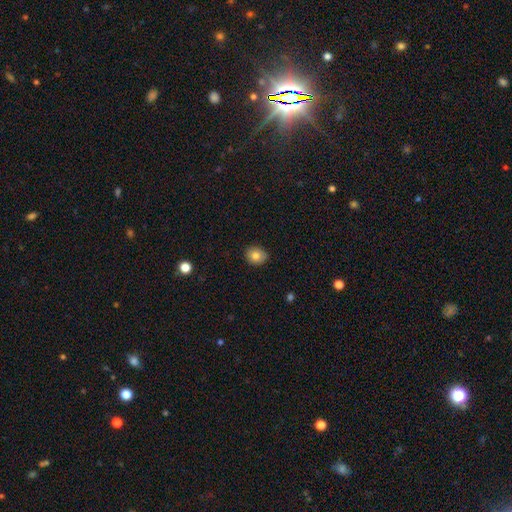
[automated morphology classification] A smooth galaxy with no disk features (81%) that is round (63%). Merging: none (88%).